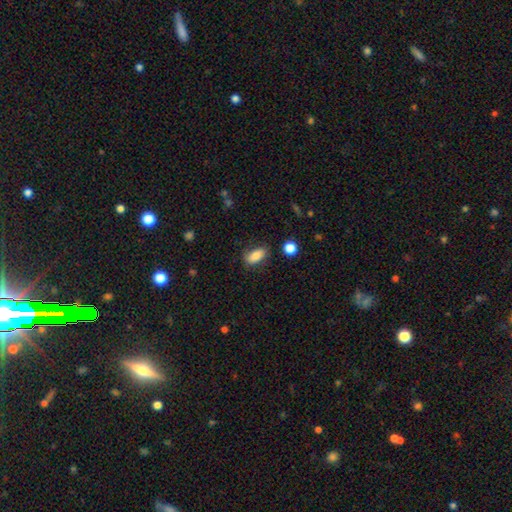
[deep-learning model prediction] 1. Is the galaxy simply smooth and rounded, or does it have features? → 83% smooth, 9% featured or disk, 8% star or artifact.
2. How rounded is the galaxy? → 87% in between, 8% cigar-shaped, 5% round.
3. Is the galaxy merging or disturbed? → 78% none, 16% minor disturbance, 4% major disturbance, 2% merger.